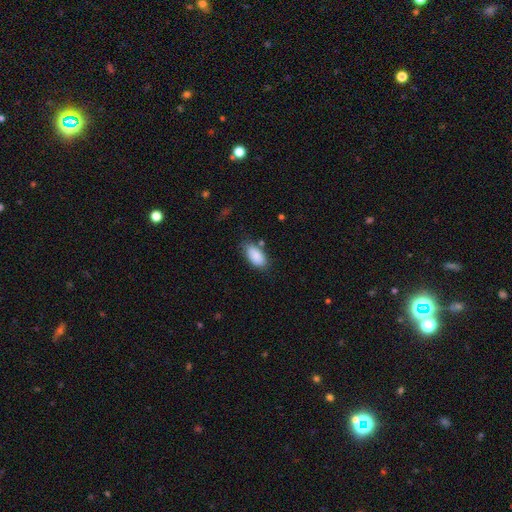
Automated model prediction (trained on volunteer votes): smooth 88%, star or artifact 7%, featured or disk 5%. Down the decision tree: how rounded — in between (93%); merging — none (72%).